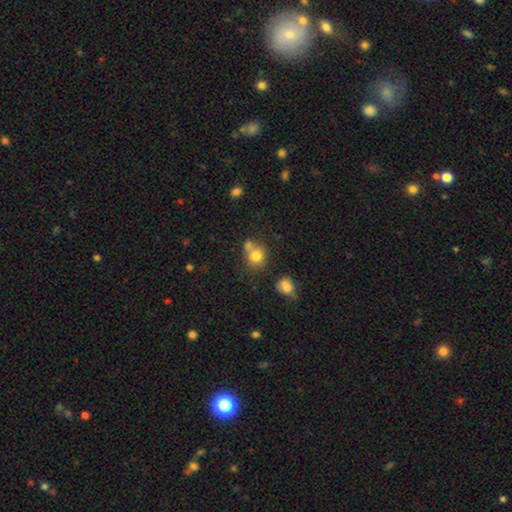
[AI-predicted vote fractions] A smooth galaxy with no disk features (77%) that is round (71%).

Vote fractions:
- Smooth or featured? smooth: 77% / star or artifact: 12% / featured or disk: 12%
- How rounded? round: 71% / in between: 28% / cigar-shaped: 1%
- Merging? none: 45% / merger: 37% / minor disturbance: 13% / major disturbance: 5%